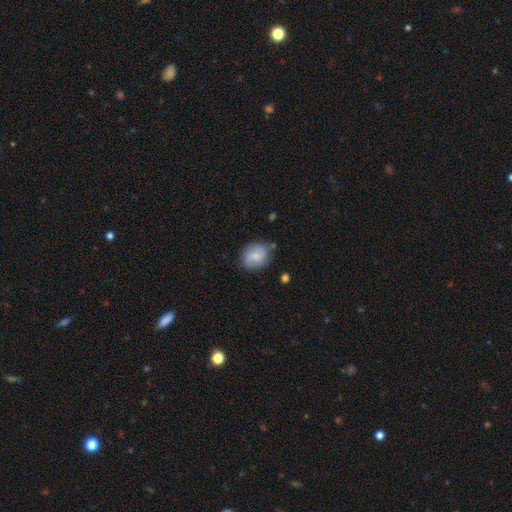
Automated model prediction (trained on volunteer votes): Smooth or featured: smooth — 70% (featured or disk — 22%)
How rounded: round — 58% (in between — 41%)
Merging: none — 74% (minor disturbance — 19%)